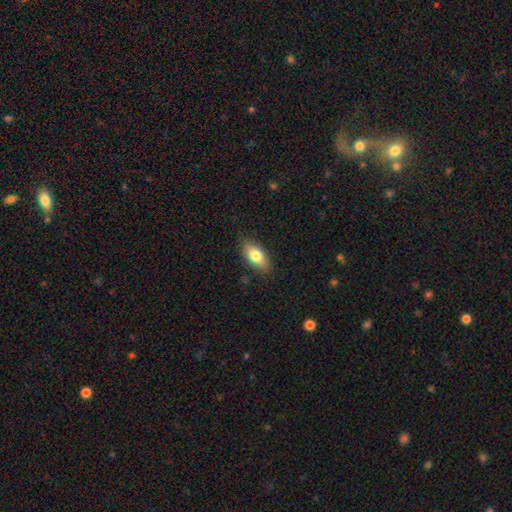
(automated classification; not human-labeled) Q: Smooth or featured?
A: smooth (77%); runner-up: featured or disk (16%)
Q: How rounded?
A: in between (87%); runner-up: cigar-shaped (9%)
Q: Merging?
A: none (86%); runner-up: minor disturbance (11%)